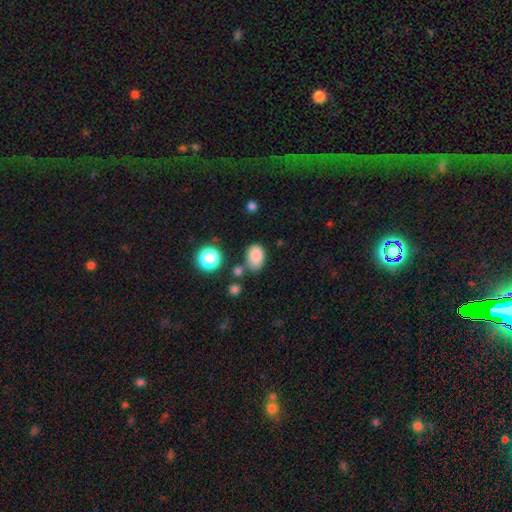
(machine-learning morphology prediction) Smooth or featured: smooth — 84% (star or artifact — 10%)
How rounded: in between — 82% (round — 17%)
Merging: none — 68% (minor disturbance — 19%)